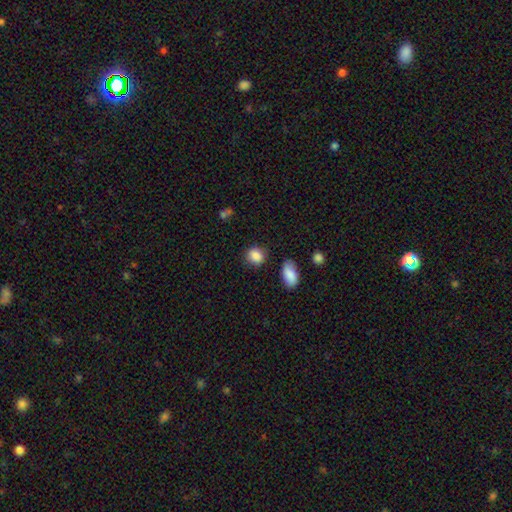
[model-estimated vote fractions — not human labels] smooth-or-featured: smooth: 87% | star or artifact: 9% | featured or disk: 4%
  how-rounded: round: 70% | in between: 29% | cigar-shaped: 1%
  merging: none: 81% | minor disturbance: 13% | merger: 3% | major disturbance: 3%